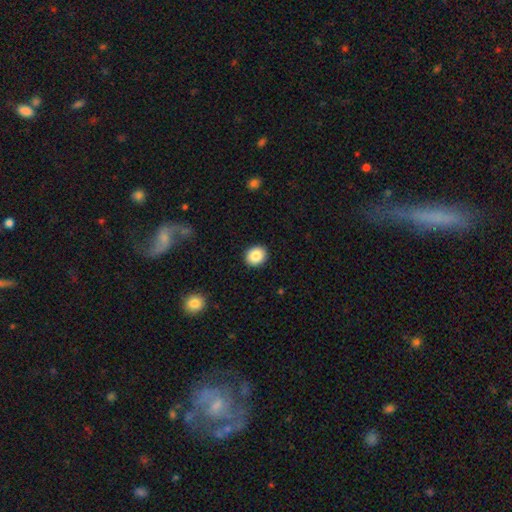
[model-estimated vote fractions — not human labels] This is clearly a smooth galaxy (87%). How rounded: likely round (71%). Merging: clearly none (92%).